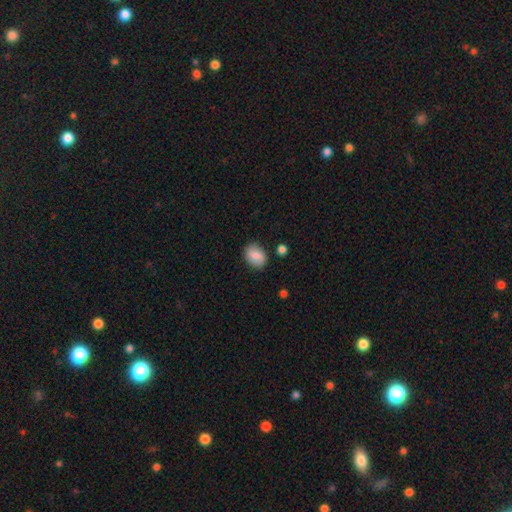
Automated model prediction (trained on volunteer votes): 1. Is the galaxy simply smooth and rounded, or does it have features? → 82% smooth, 10% featured or disk, 8% star or artifact.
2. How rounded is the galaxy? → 61% in between, 38% round, 1% cigar-shaped.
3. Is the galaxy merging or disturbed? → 79% none, 15% minor disturbance, 3% major disturbance, 3% merger.